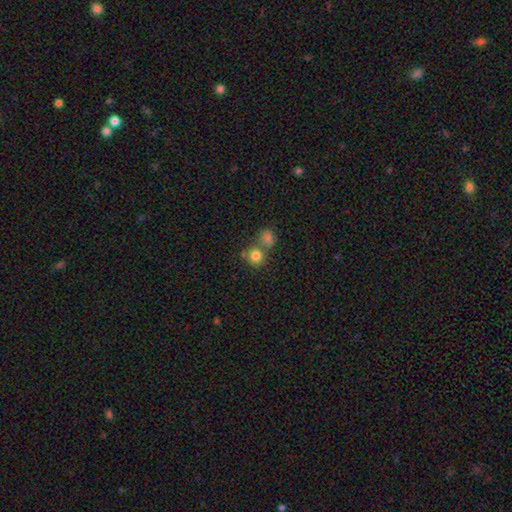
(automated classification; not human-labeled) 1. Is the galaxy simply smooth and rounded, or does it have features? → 80% smooth, 12% star or artifact, 7% featured or disk.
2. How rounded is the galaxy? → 88% round, 11% in between, 1% cigar-shaped.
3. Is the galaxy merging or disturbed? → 53% none, 36% merger, 8% minor disturbance, 3% major disturbance.